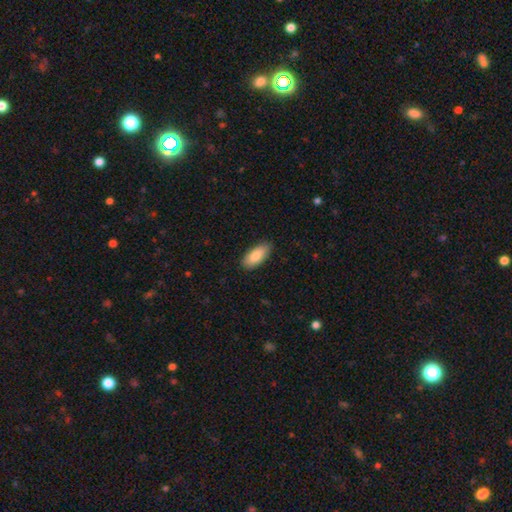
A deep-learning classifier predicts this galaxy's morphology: smooth_or_featured: smooth (p=0.86) [alt: featured or disk p=0.08]
how_rounded: in between (p=0.87) [alt: cigar-shaped p=0.11]
merging: none (p=0.87) [alt: minor disturbance p=0.10]